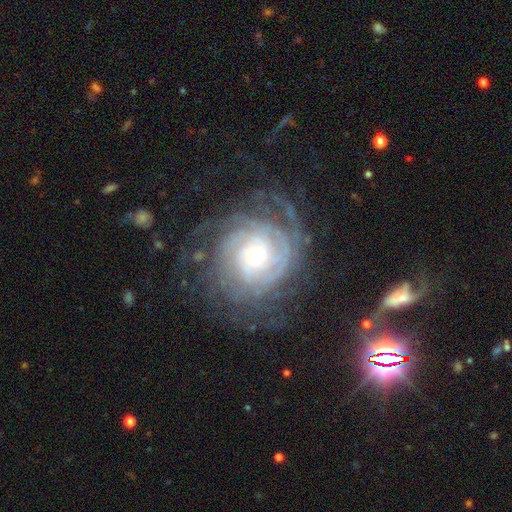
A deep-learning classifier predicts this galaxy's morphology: Smooth or featured? Predicted: featured or disk (p=0.88). Edge-on disk? Predicted: no (p=0.97). Bar? Predicted: no (p=0.72). Spiral arms? Predicted: yes (p=0.96). Spiral winding? Predicted: tight (p=0.74). Spiral arm count? Predicted: can't tell (p=0.34). Bulge size? Predicted: small (p=0.55). Merging? Predicted: none (p=0.70).